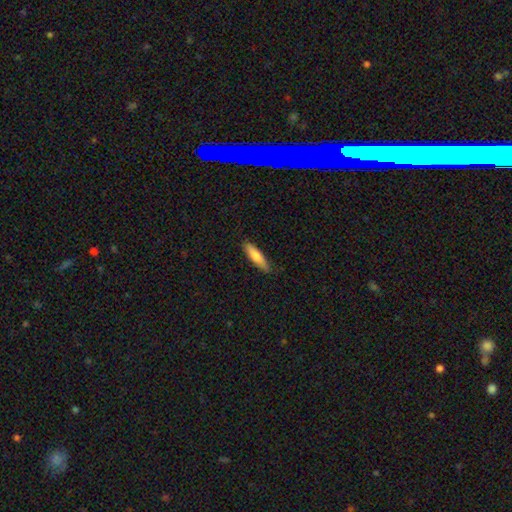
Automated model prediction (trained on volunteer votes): This appears to be a smooth galaxy with no disk features (74%) that is cigar-shaped (71%). Merging: none (85%).